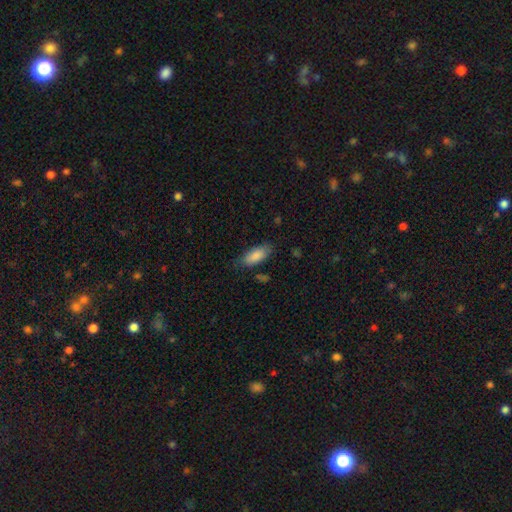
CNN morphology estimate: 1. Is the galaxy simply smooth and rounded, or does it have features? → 86% smooth, 8% featured or disk, 6% star or artifact.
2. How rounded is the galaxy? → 82% in between, 17% cigar-shaped, 2% round.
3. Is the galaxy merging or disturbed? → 76% none, 18% minor disturbance, 4% major disturbance, 2% merger.